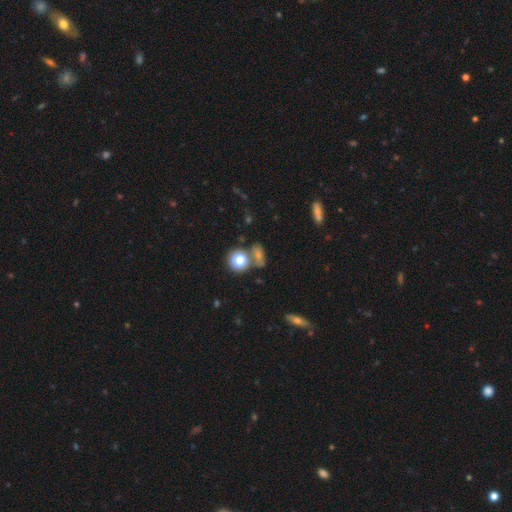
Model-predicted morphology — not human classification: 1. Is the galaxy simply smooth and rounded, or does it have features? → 71% smooth, 17% star or artifact, 13% featured or disk.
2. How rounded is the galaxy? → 62% round, 33% in between, 6% cigar-shaped.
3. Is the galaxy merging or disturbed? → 57% none, 24% merger, 12% minor disturbance, 6% major disturbance.